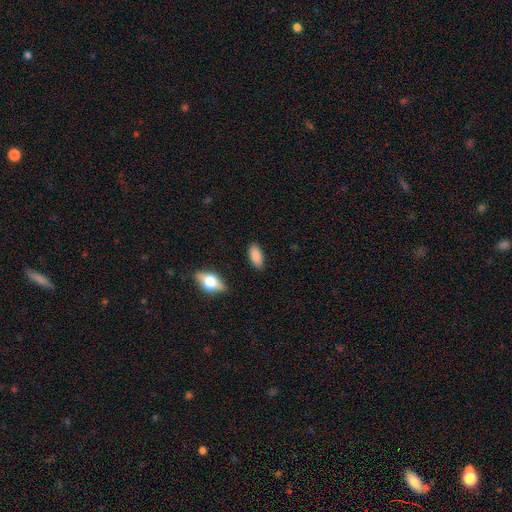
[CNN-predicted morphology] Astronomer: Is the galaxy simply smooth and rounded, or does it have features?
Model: smooth — 86%.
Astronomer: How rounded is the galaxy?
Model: in between — 89%.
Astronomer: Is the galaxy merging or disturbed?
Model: none — 84%.